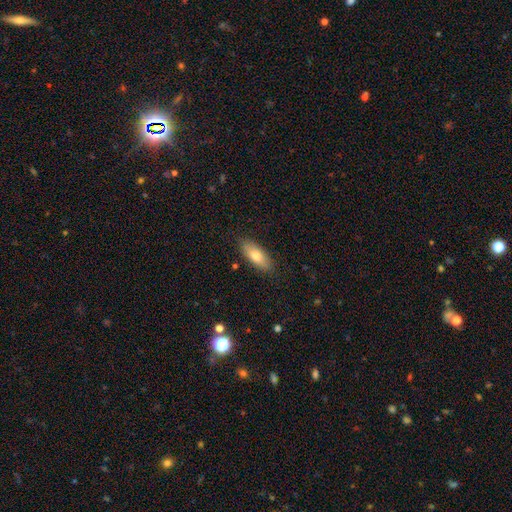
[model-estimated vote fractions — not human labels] A smooth galaxy with no disk features (74%) that is in between round and cigar-shaped (73%).

Vote fractions:
- Smooth or featured? smooth: 74% / featured or disk: 19% / star or artifact: 6%
- How rounded? in between: 73% / cigar-shaped: 25% / round: 2%
- Merging? none: 85% / minor disturbance: 11% / major disturbance: 2% / merger: 1%